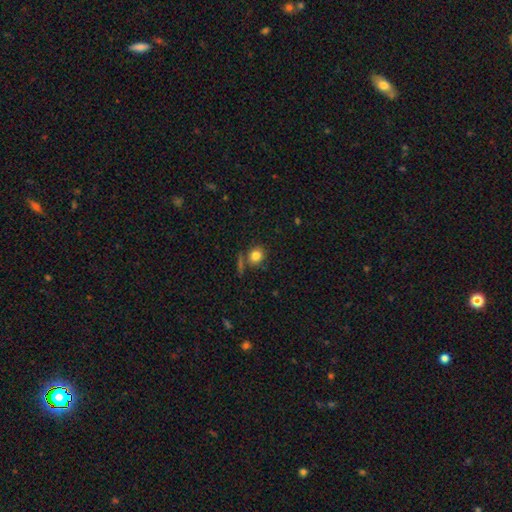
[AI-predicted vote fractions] Smooth or featured?
  - smooth: 81% *
  - star or artifact: 11%
  - featured or disk: 8%
How rounded?
  - round: 75% *
  - in between: 23%
  - cigar-shaped: 2%
Merging?
  - none: 72% *
  - merger: 12%
  - minor disturbance: 12%
  - major disturbance: 5%